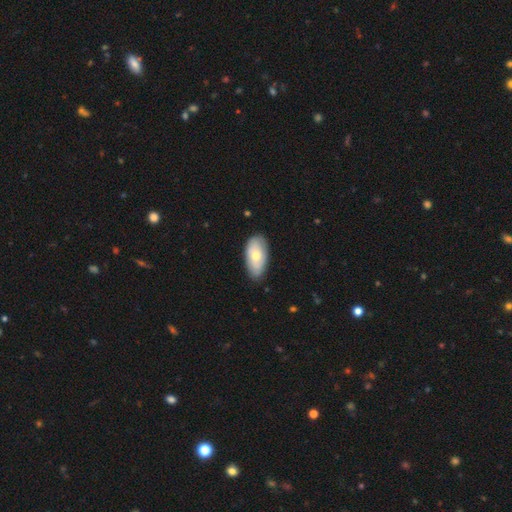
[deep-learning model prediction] A smooth galaxy with no disk features (60%) that is in between round and cigar-shaped (94%).

Vote fractions:
- Smooth or featured? smooth: 60% / featured or disk: 34% / star or artifact: 5%
- How rounded? in between: 94% / round: 3% / cigar-shaped: 3%
- Merging? none: 80% / minor disturbance: 16% / major disturbance: 3% / merger: 1%